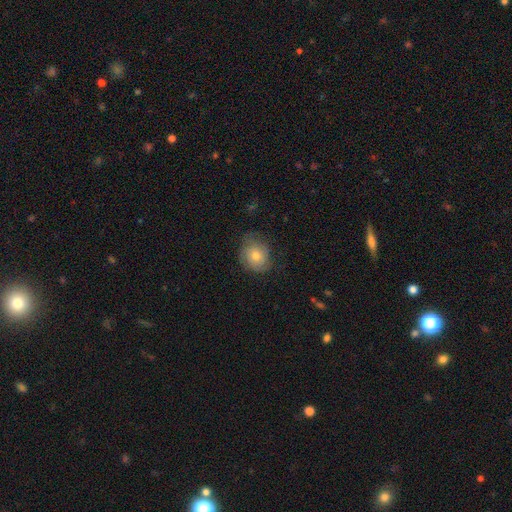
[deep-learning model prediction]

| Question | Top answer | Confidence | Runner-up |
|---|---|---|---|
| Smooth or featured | smooth | 62% | featured or disk (29%) |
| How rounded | round | 66% | in between (33%) |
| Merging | none | 66% | minor disturbance (25%) |